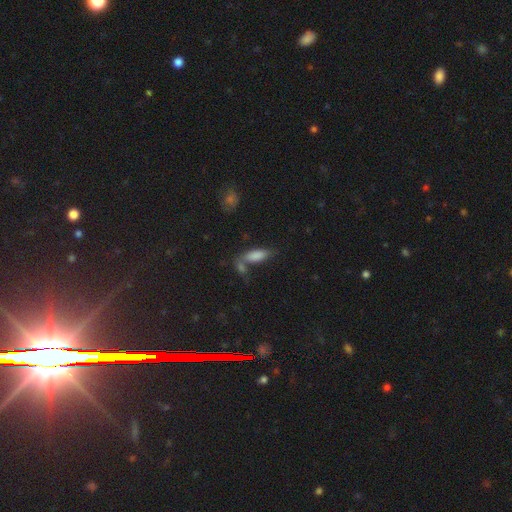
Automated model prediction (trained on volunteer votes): smooth 81%, featured or disk 10%, star or artifact 8%. Down the decision tree: how rounded — in between (70%); merging — none (42%).